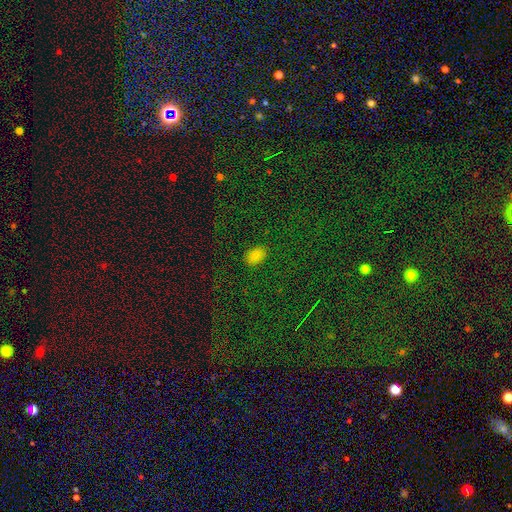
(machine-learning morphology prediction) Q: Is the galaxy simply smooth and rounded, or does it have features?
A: smooth — 81%.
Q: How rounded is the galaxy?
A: in between — 87%.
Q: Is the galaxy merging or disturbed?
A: none — 88%.